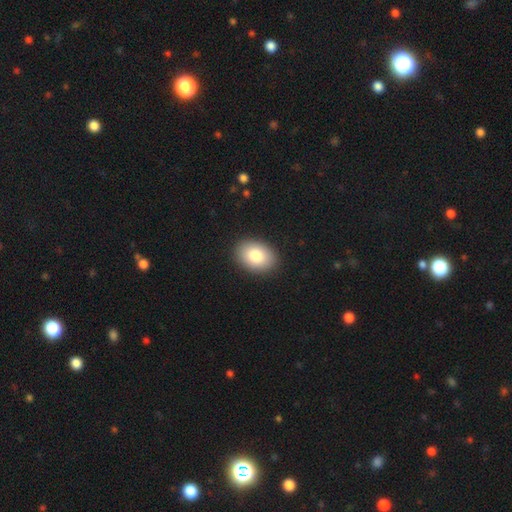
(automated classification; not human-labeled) The model was most divided on "how rounded": in between: 81%, round: 18%, cigar-shaped: 1%. More confident: merging — none (90%); smooth or featured — smooth (84%).